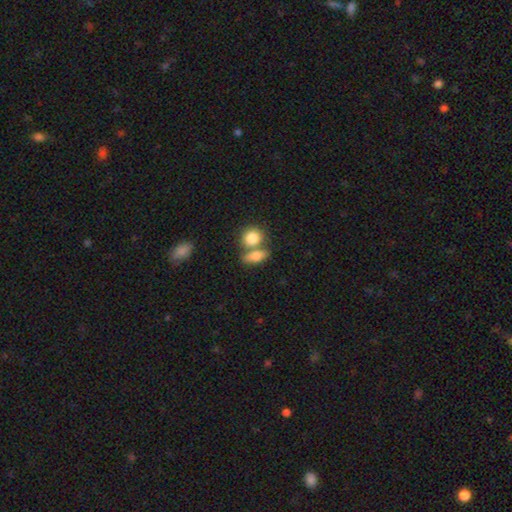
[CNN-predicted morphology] type=smooth (78%); roundness=in between (67%); merging=none (43%).